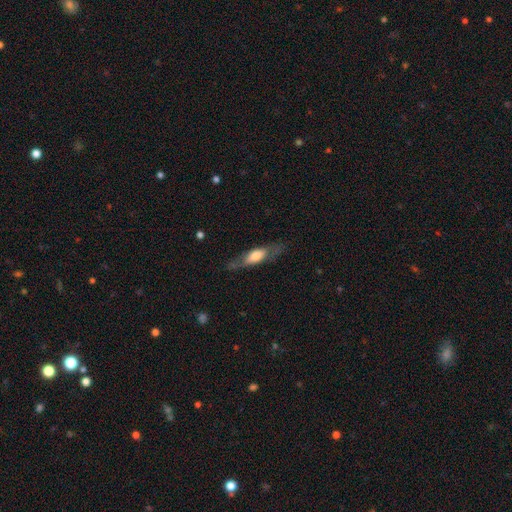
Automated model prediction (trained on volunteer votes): Smooth or featured: featured or disk — 48% (smooth — 46%)
Merging: none — 74% (minor disturbance — 17%)